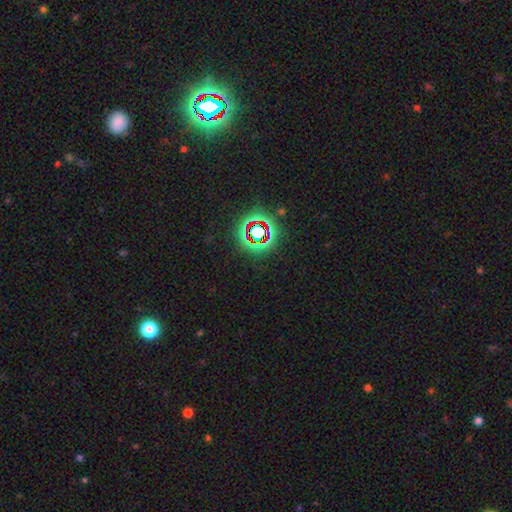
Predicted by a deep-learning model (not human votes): A star or artifact, not a galaxy (76%).